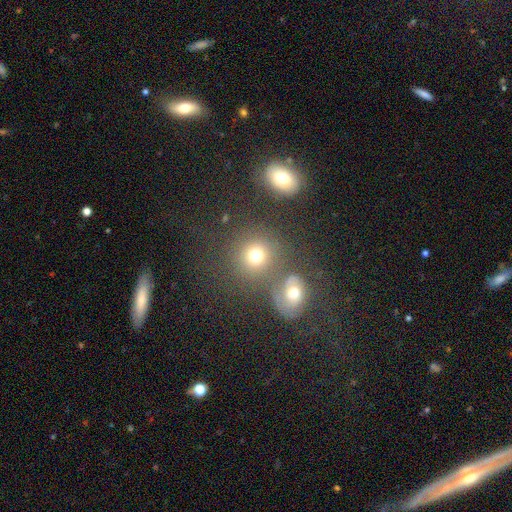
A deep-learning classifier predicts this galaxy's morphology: Smooth or featured: smooth — 73% (star or artifact — 15%)
How rounded: round — 85% (in between — 14%)
Merging: none — 62% (merger — 25%)